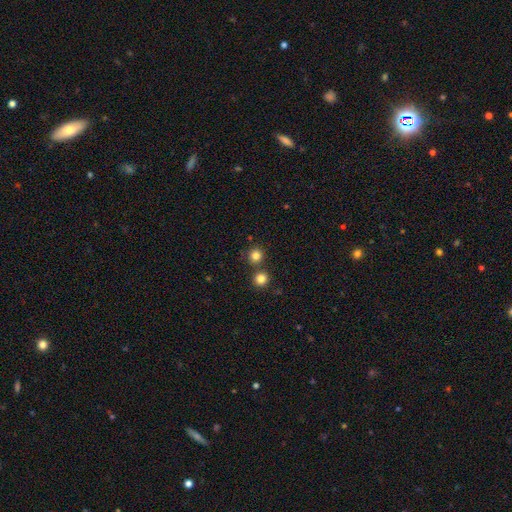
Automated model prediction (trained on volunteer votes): This is clearly a smooth galaxy (81%). How rounded: clearly round (92%). Merging: likely none (75%).